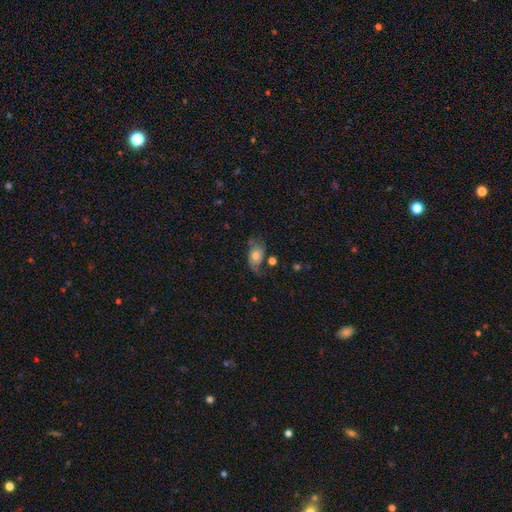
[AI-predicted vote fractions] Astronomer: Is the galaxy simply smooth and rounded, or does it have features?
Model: smooth — 49% (runner-up: featured or disk, 41%).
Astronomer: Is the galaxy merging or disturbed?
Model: none — 49% (runner-up: minor disturbance, 27%).